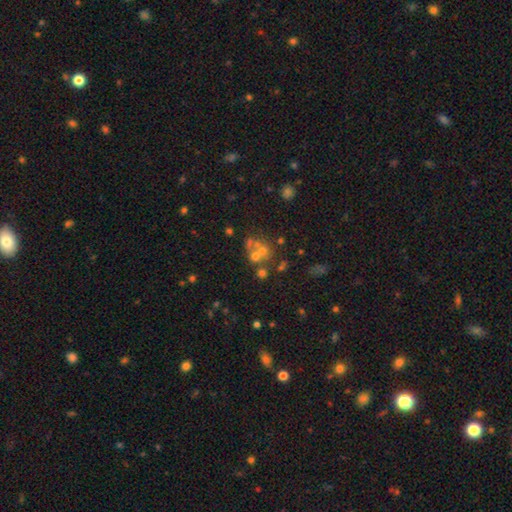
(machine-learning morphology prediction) The model was most divided on "smooth or featured": smooth: 37%, star or artifact: 35%, featured or disk: 28%. Remaining: merging — none (44%).